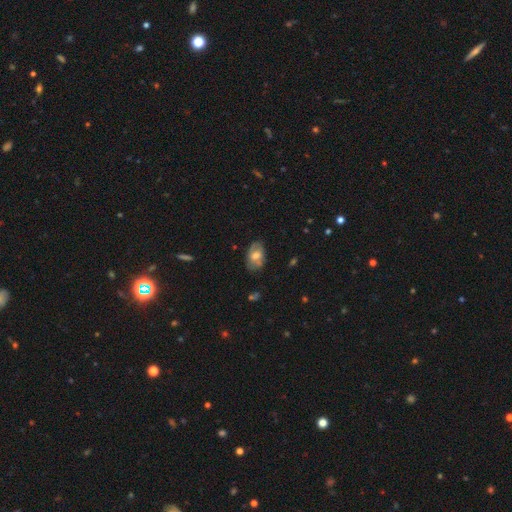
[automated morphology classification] A smooth galaxy with no disk features (49%). Merging: none (70%).